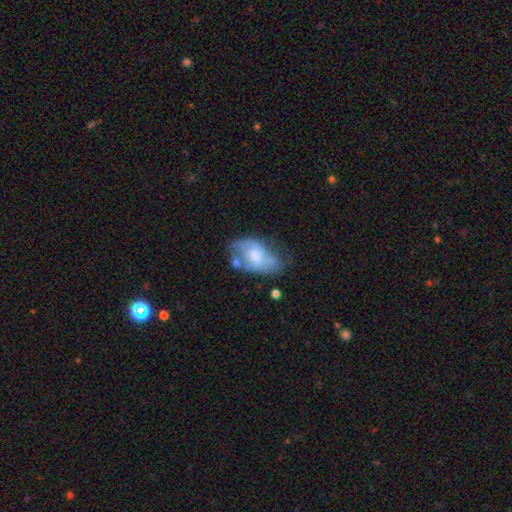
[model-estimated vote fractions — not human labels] Smooth or featured?
  - featured or disk: 49% *
  - smooth: 44%
  - star or artifact: 7%
Merging?
  - none: 35% *
  - minor disturbance: 33%
  - major disturbance: 22%
  - merger: 10%